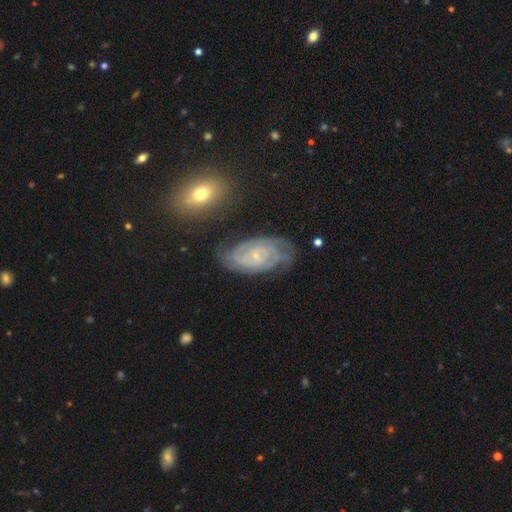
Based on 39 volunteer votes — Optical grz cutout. It shows a featured or disk galaxy (79%) with no bar (66%), 2 (46%) tight (89%) spiral arms (97%) and a small central bulge (90%). Merging: none (73%).